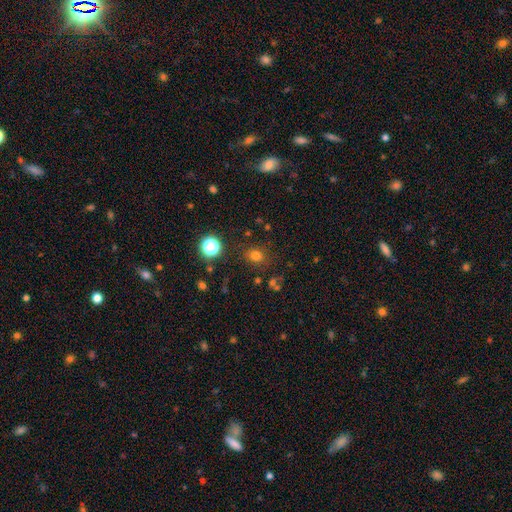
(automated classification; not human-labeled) smooth-or-featured: smooth: 73% | star or artifact: 20% | featured or disk: 7%
  how-rounded: round: 73% | in between: 26% | cigar-shaped: 1%
  merging: none: 81% | minor disturbance: 11% | major disturbance: 4% | merger: 3%